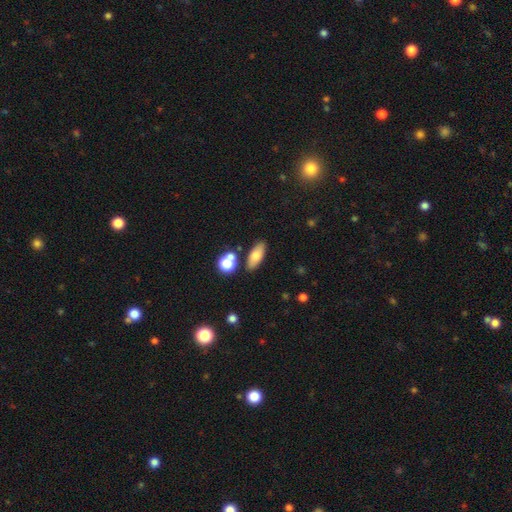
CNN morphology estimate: This appears to be a smooth galaxy with no disk features (75%) that is in between round and cigar-shaped (74%). Merging: none (78%).